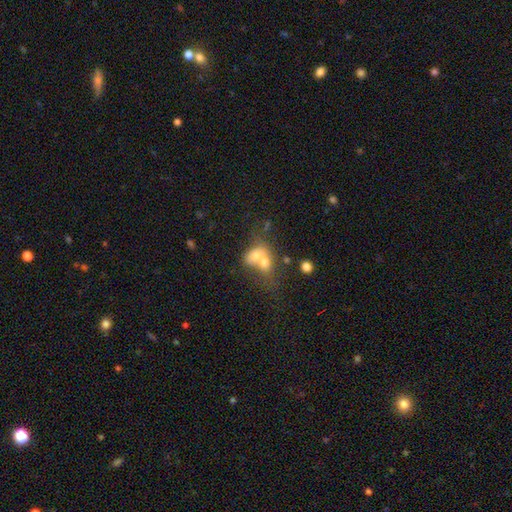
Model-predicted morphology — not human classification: Smooth or featured? smooth (66%)
How rounded? in between (64%)
Merging? merger (71%)